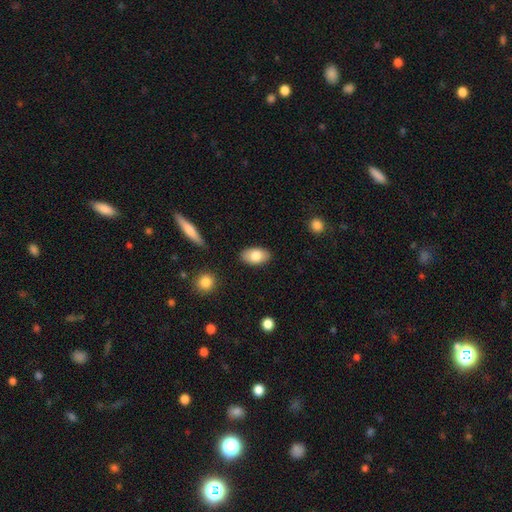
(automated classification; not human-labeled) smooth 80%, featured or disk 13%, star or artifact 7%. Down the decision tree: how rounded — in between (93%); merging — none (87%).